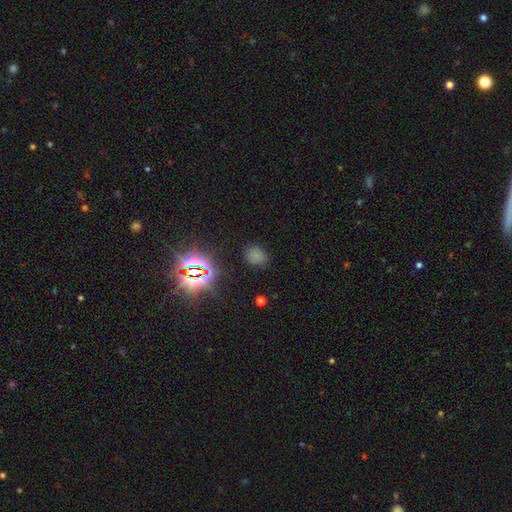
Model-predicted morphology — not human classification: Smooth or featured? Predicted: smooth (p=0.65). How rounded? Predicted: round (p=0.62). Merging? Predicted: none (p=0.81).